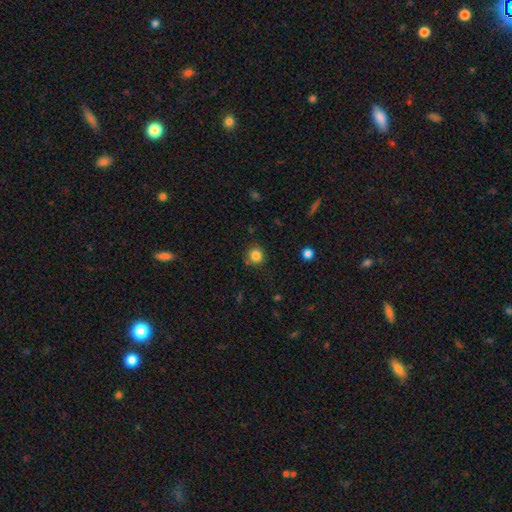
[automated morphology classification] Smooth or featured?
  - smooth: 83% *
  - star or artifact: 12%
  - featured or disk: 5%
How rounded?
  - round: 88% *
  - in between: 11%
  - cigar-shaped: 1%
Merging?
  - none: 82% *
  - minor disturbance: 12%
  - major disturbance: 3%
  - merger: 3%